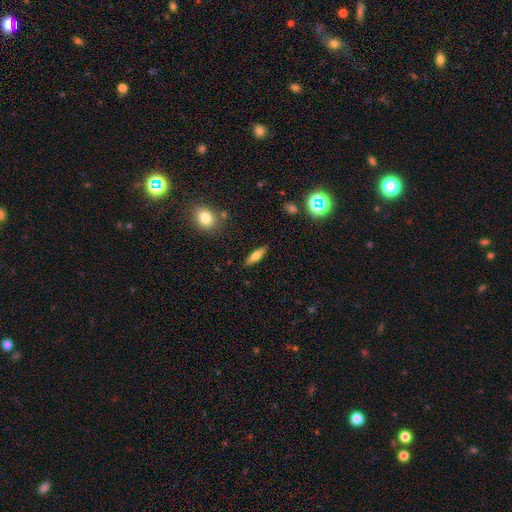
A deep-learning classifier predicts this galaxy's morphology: Q: Smooth or featured?
A: smooth (57%); runner-up: featured or disk (35%)
Q: How rounded?
A: cigar-shaped (57%); runner-up: in between (40%)
Q: Merging?
A: none (87%); runner-up: minor disturbance (9%)